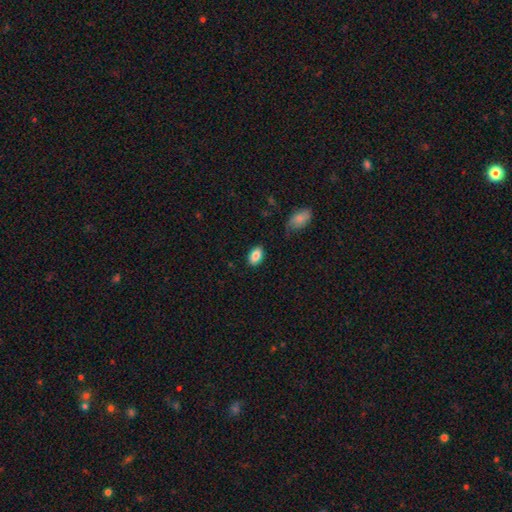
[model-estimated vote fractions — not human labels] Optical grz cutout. It shows a smooth galaxy with no disk features (86%) that is in between round and cigar-shaped (91%). Merging: none (86%).